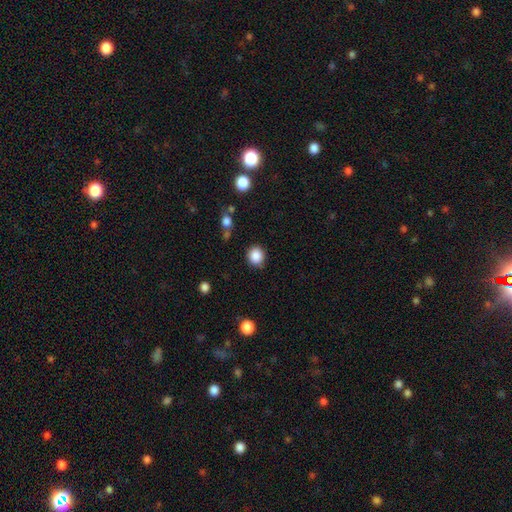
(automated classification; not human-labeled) Overall: smooth (87%). How rounded: round (86%). Merging: none (85%).